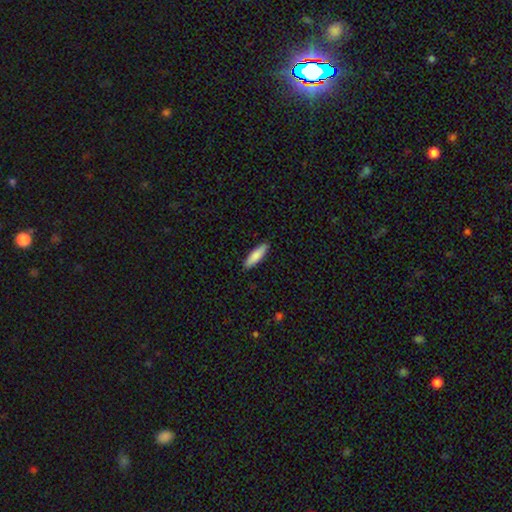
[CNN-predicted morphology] This is clearly a smooth galaxy (84%). How rounded: likely cigar-shaped (62%). Merging: clearly none (90%).